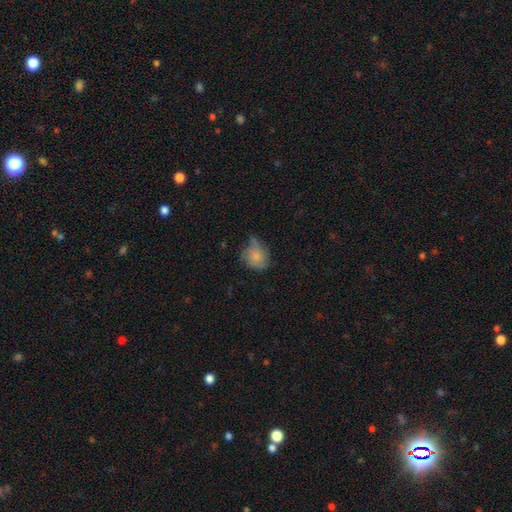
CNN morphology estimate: A smooth galaxy with no disk features (69%) that is round (65%). Merging: none (41%).